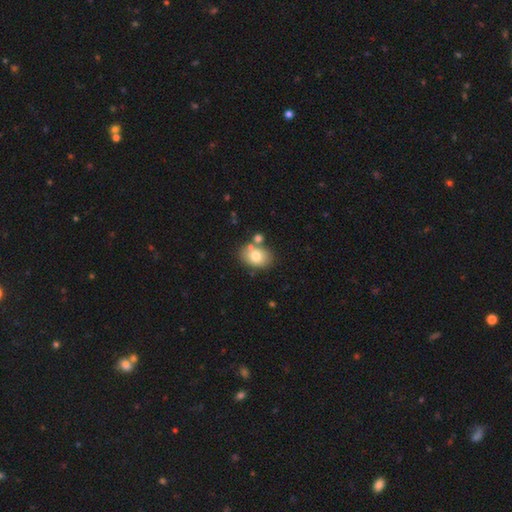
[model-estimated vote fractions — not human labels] A smooth galaxy with no disk features (77%) that is in between round and cigar-shaped (68%). Merging: none (67%).